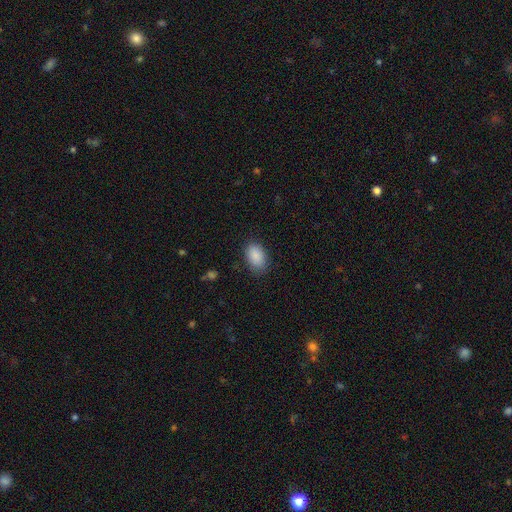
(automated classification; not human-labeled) The model was most divided on "merging": none: 81%, minor disturbance: 14%, major disturbance: 4%, merger: 1%. More confident: how rounded — in between (90%); smooth or featured — smooth (88%).